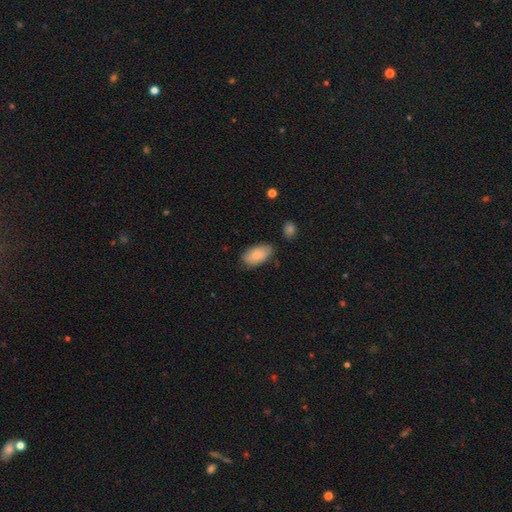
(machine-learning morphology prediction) Overall: smooth (80%). How rounded: in between (94%). Merging: none (70%).